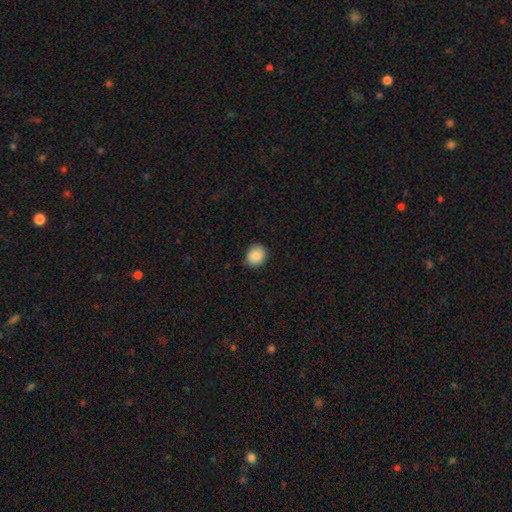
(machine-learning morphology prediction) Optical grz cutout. It shows a smooth galaxy with no disk features (89%) that is round (70%). Merging: none (88%).